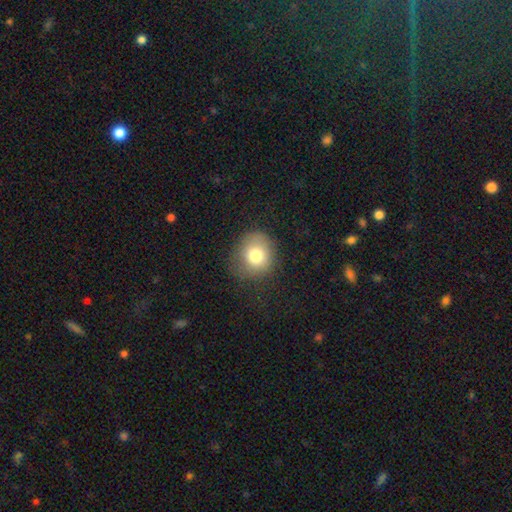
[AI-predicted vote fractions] smooth-or-featured: smooth: 78% | featured or disk: 11% | star or artifact: 11%
  how-rounded: round: 81% | in between: 18% | cigar-shaped: 1%
  merging: none: 75% | minor disturbance: 16% | major disturbance: 7% | merger: 1%